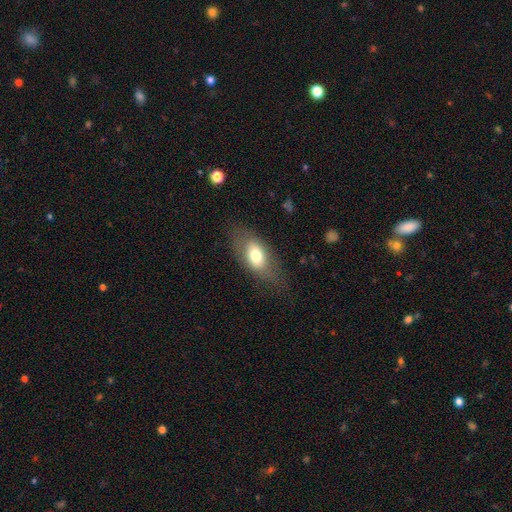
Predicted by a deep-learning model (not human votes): This appears to be a smooth galaxy with no disk features (68%) that is in between round and cigar-shaped (84%). Merging: none (68%).